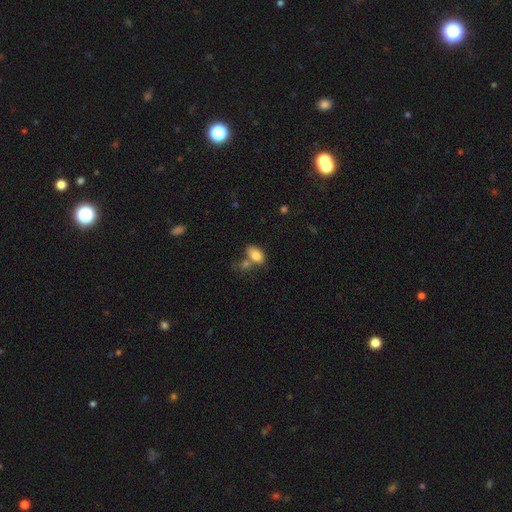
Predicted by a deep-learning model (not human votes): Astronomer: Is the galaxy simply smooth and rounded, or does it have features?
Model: smooth — 80%.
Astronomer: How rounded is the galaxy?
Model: in between — 87%.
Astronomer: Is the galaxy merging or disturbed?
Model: none — 43% (runner-up: merger, 34%).